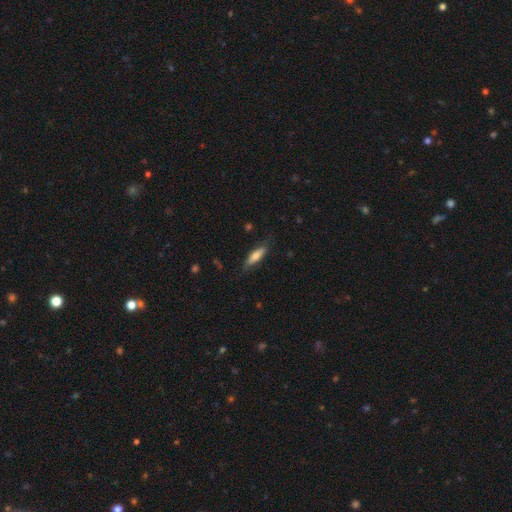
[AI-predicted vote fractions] A smooth galaxy with no disk features (68%) that is cigar-shaped (59%). Merging: none (76%).